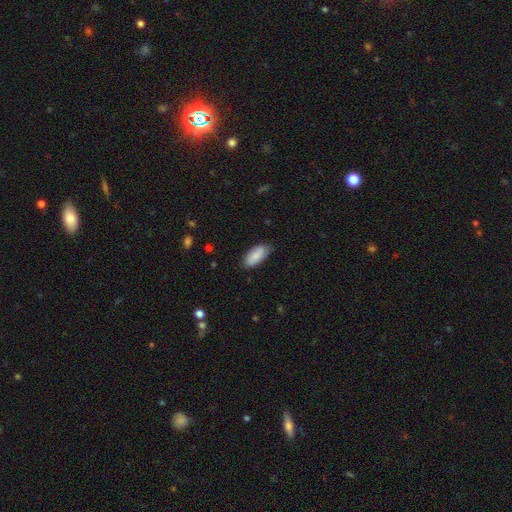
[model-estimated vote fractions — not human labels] This appears to be a smooth galaxy with no disk features (82%) that is in between round and cigar-shaped (91%). Merging: none (76%).